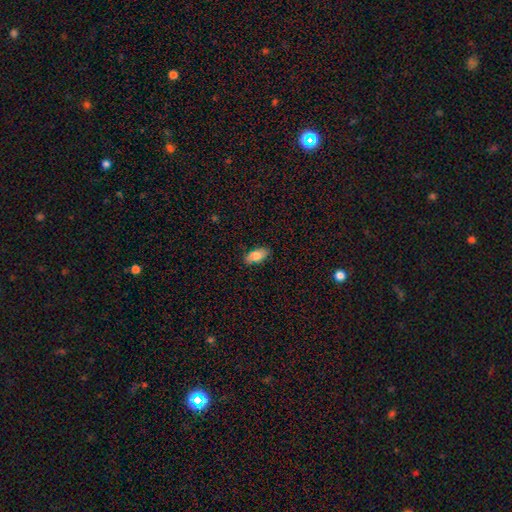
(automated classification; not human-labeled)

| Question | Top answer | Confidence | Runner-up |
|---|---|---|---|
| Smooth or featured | smooth | 84% | featured or disk (9%) |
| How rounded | in between | 90% | cigar-shaped (7%) |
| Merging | none | 82% | minor disturbance (14%) |